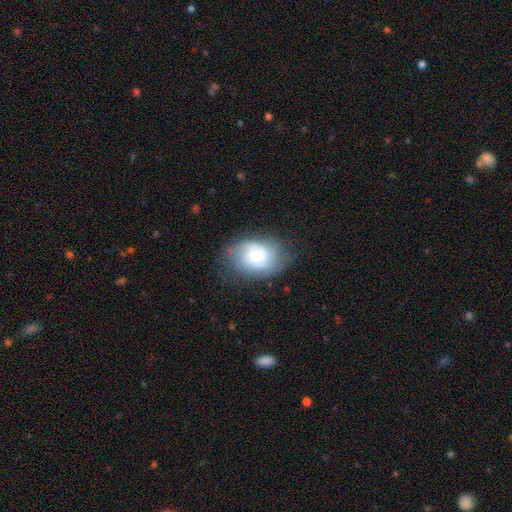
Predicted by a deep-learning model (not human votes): Smooth or featured? Predicted: featured or disk (p=0.54). Edge-on disk? Predicted: no (p=0.97). Bar? Predicted: no (p=0.69). Spiral arms? Predicted: yes (p=0.81). Bulge size? Predicted: moderate (p=0.56). Merging? Predicted: none (p=0.68).